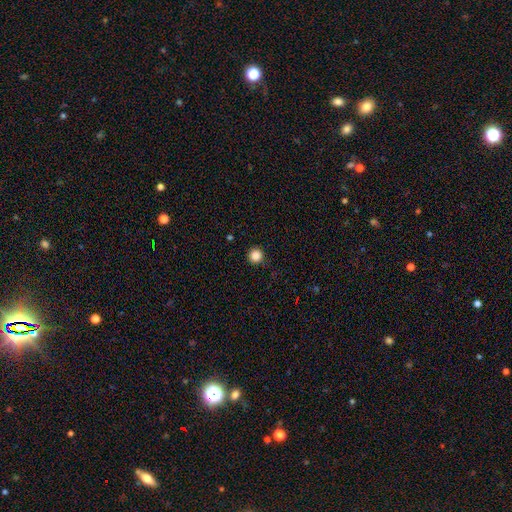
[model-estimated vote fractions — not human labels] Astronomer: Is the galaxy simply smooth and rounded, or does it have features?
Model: smooth — 86%.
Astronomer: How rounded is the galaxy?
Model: round — 96%.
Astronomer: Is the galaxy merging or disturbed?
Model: none — 92%.